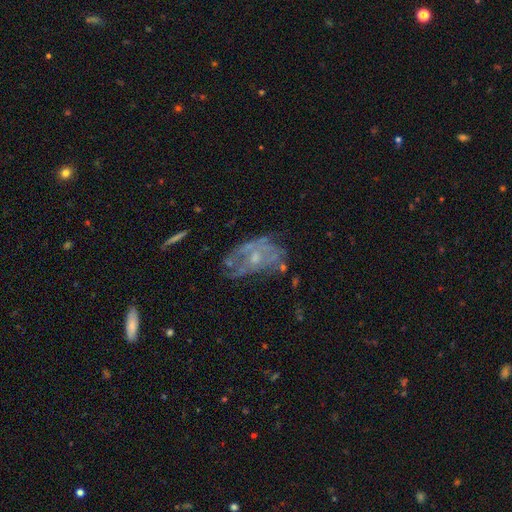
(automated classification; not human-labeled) A featured or disk galaxy (70%) with no bar (79%), no spiral arms (54%) and a small central bulge (53%).

Vote fractions:
- Smooth or featured? featured or disk: 70% / smooth: 20% / star or artifact: 10%
- Edge-on disk? no: 95% / yes: 5%
- Bar? no: 79% / weak: 18% / strong: 3%
- Spiral arms? no: 54% / yes: 46%
- Bulge size? small: 53% / moderate: 34% / none: 10% / large: 2% / dominant: 1%
- Merging? none: 43% / major disturbance: 26% / minor disturbance: 24% / merger: 7%